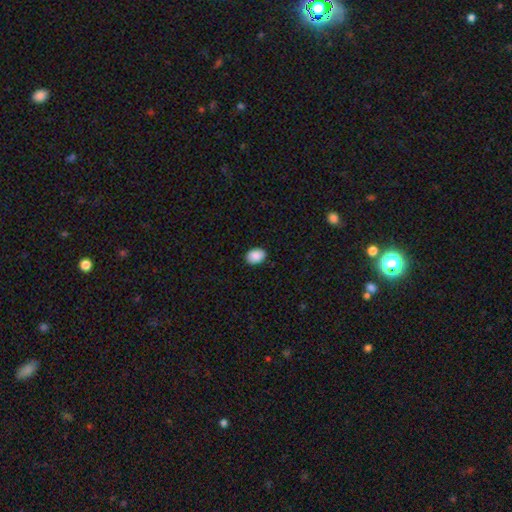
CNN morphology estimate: smooth-or-featured: smooth: 90% | star or artifact: 7% | featured or disk: 3%
  how-rounded: in between: 76% | round: 23% | cigar-shaped: 1%
  merging: none: 89% | minor disturbance: 9% | major disturbance: 2% | merger: 1%